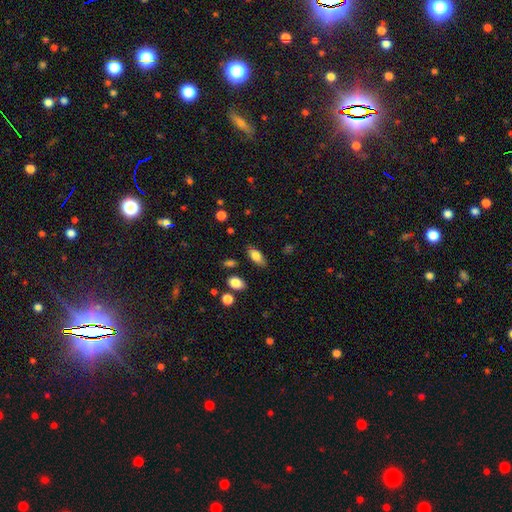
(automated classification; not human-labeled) A smooth galaxy with no disk features (79%) that is in between round and cigar-shaped (88%). Merging: none (81%).